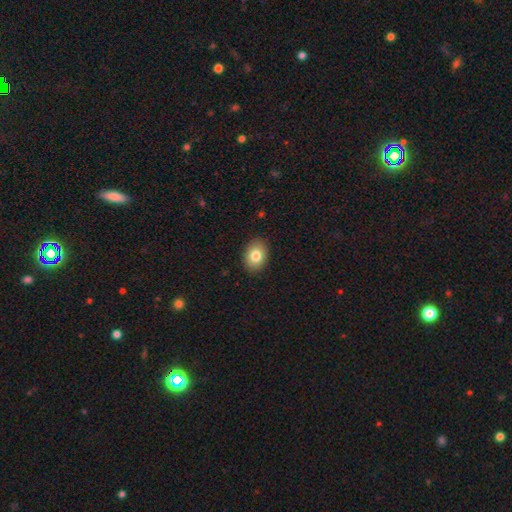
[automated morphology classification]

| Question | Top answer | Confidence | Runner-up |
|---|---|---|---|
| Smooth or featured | smooth | 81% | featured or disk (10%) |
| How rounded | in between | 70% | round (29%) |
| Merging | none | 89% | minor disturbance (8%) |